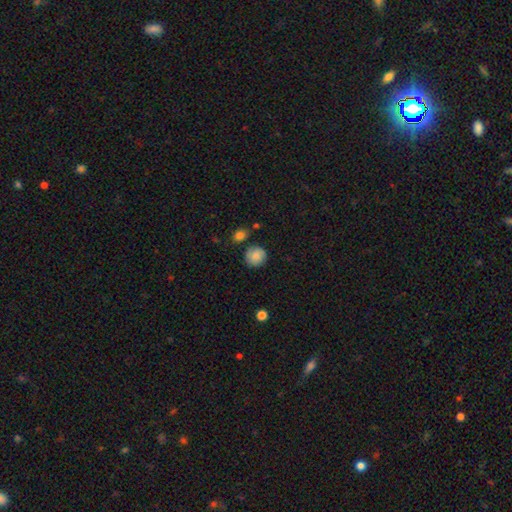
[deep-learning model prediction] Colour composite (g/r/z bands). It shows a smooth galaxy with no disk features (84%) that is round (90%). Merging: none (79%).